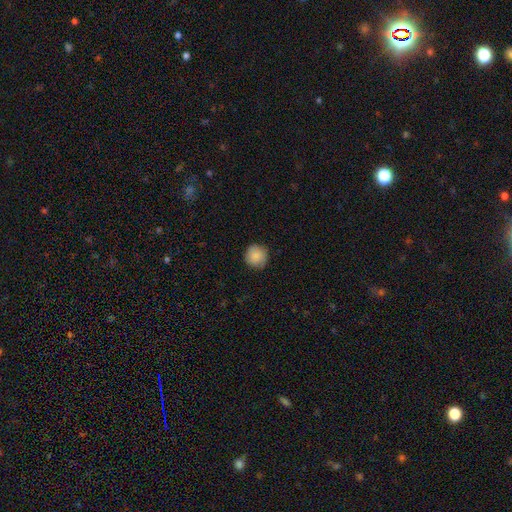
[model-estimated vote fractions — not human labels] The model was most divided on "merging": none: 84%, minor disturbance: 12%, major disturbance: 3%, merger: 1%. More confident: how rounded — round (93%); smooth or featured — smooth (85%).